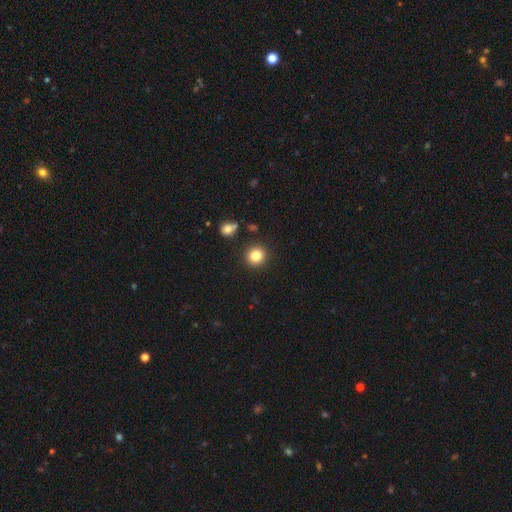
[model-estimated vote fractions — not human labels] Smooth or featured? Predicted: smooth (p=0.83). How rounded? Predicted: round (p=0.89). Merging? Predicted: none (p=0.89).